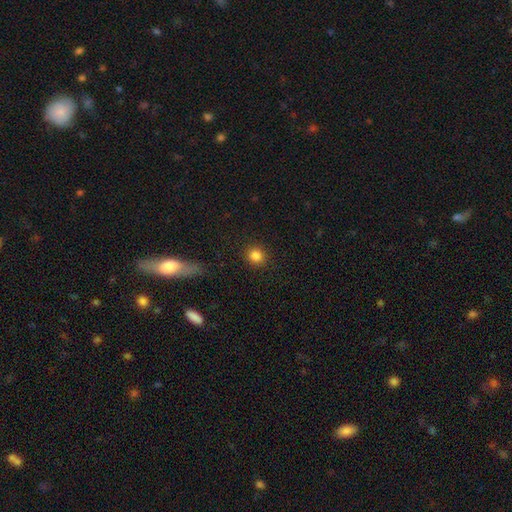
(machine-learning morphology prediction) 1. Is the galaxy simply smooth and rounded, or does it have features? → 84% smooth, 11% star or artifact, 4% featured or disk.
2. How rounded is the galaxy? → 88% round, 11% in between, 1% cigar-shaped.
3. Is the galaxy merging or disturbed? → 90% none, 6% minor disturbance, 2% major disturbance, 1% merger.